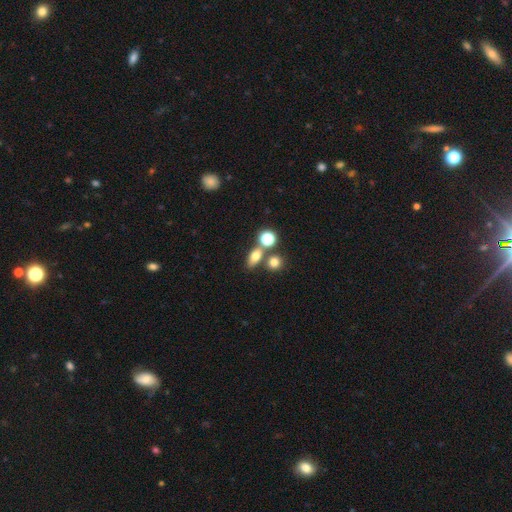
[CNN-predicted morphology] smooth 71%, star or artifact 15%, featured or disk 14%. Down the decision tree: how rounded — in between (66%); merging — none (61%).